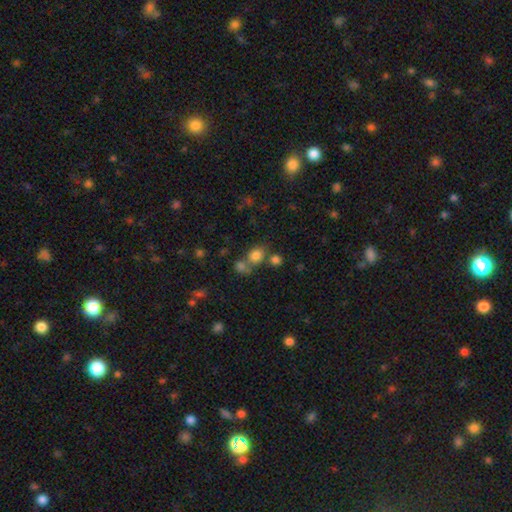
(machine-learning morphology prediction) type=smooth (77%); roundness=round (68%); merging=none (55%).